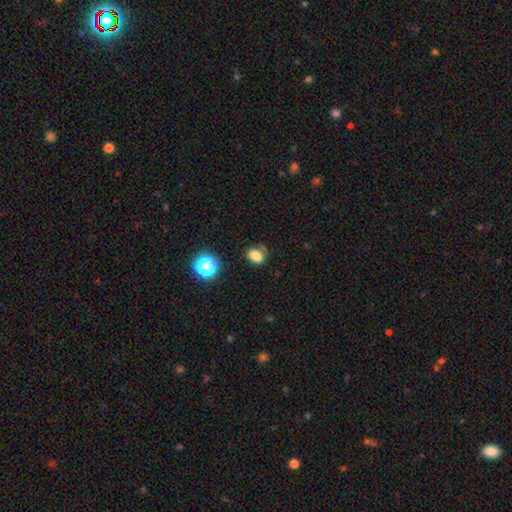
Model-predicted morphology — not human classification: This appears to be a smooth galaxy with no disk features (80%) that is in between round and cigar-shaped (59%). Merging: none (67%).